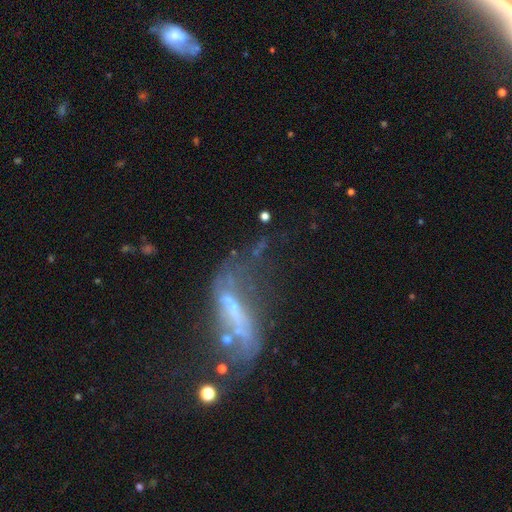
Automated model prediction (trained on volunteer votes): The model was most divided on "merging": major disturbance: 36%, none: 30%, minor disturbance: 19%, merger: 16%. More confident: edge-on disk — no (76%); smooth or featured — featured or disk (62%).